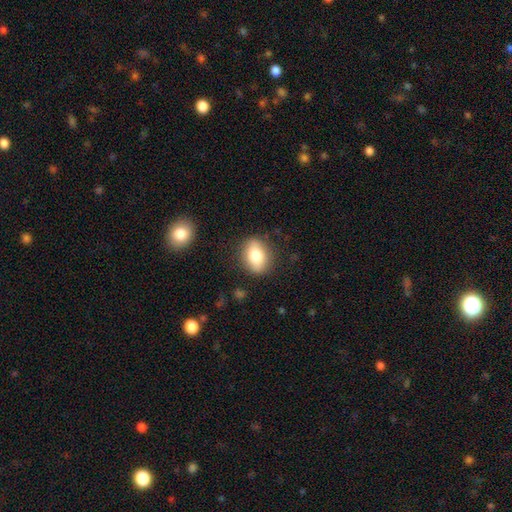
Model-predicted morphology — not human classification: Smooth or featured? smooth (75%)
How rounded? in between (69%)
Merging? none (85%)